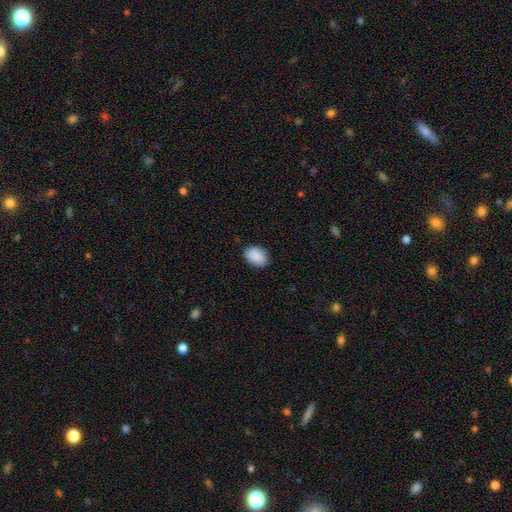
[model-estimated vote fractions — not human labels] Overall: smooth (90%). How rounded: in between (76%). Merging: none (83%).